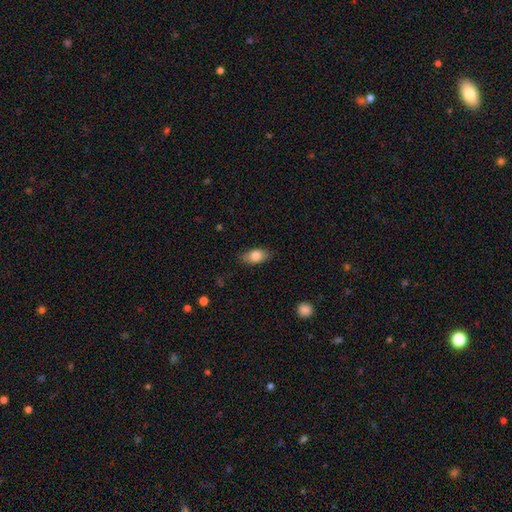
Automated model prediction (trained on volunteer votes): Morphology: type=smooth (82%); roundness=in between (89%); merging=none (84%).